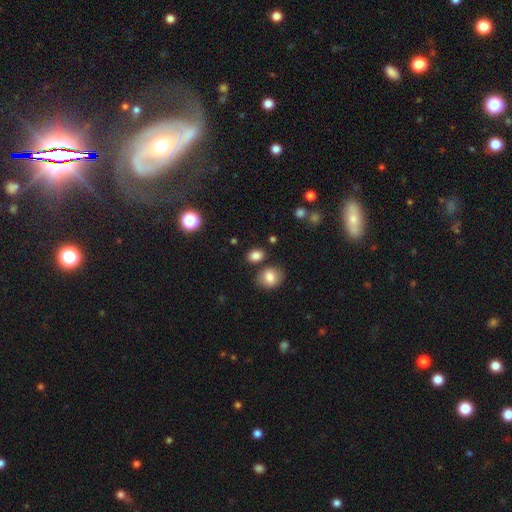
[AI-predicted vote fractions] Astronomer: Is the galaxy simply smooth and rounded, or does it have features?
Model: smooth — 84%.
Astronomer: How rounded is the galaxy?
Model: in between — 67%.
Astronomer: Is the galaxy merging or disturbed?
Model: none — 78%.